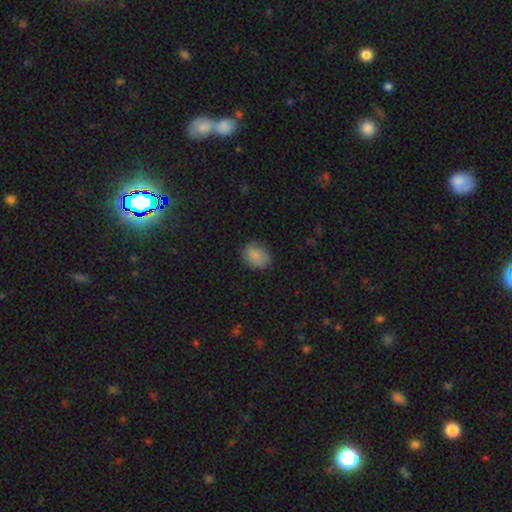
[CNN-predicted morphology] The model was most divided on "how rounded": in between: 54%, round: 45%, cigar-shaped: 1%. More confident: smooth or featured — smooth (84%); merging — none (81%).